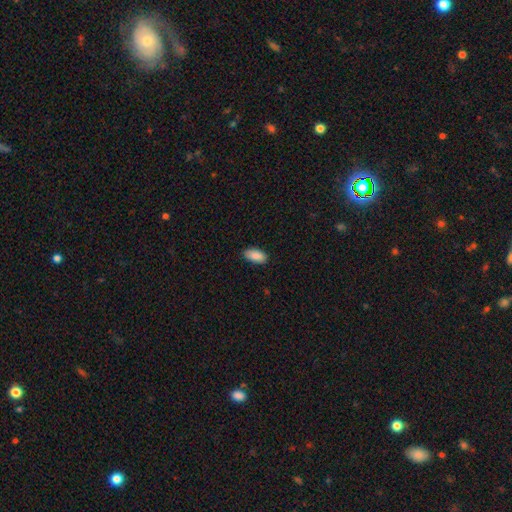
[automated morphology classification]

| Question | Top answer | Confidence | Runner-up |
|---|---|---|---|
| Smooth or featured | smooth | 89% | star or artifact (6%) |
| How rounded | in between | 93% | cigar-shaped (5%) |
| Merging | none | 87% | minor disturbance (10%) |